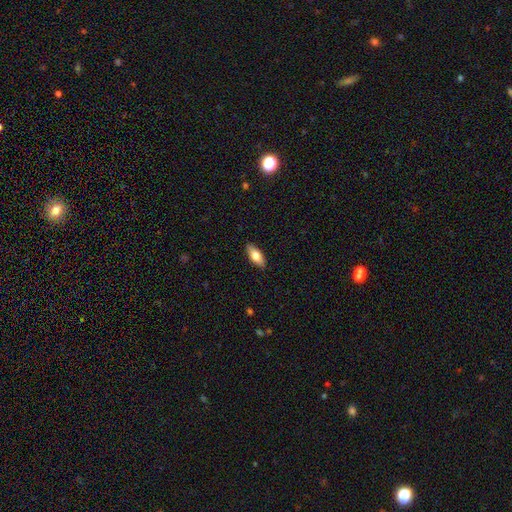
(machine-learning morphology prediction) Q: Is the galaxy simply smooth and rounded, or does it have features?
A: smooth — 74%.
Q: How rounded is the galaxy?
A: in between — 81%.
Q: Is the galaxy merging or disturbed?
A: none — 89%.